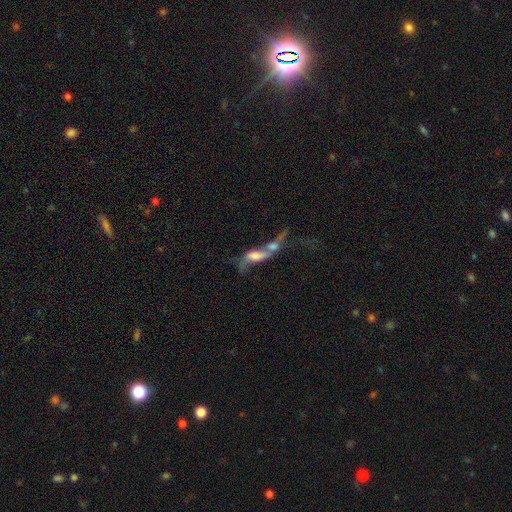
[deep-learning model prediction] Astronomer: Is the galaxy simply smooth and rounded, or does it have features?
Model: featured or disk — 50% (runner-up: smooth, 38%).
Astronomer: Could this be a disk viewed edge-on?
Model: no — 84%.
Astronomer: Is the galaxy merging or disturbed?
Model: merger — 73%.